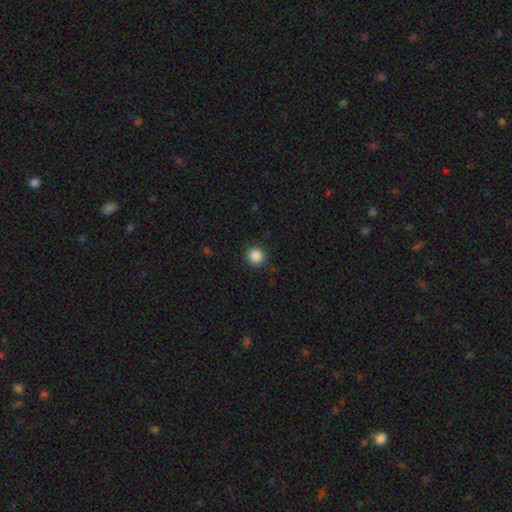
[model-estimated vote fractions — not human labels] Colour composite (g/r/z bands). It shows a smooth galaxy with no disk features (88%) that is round (93%). Merging: none (90%).